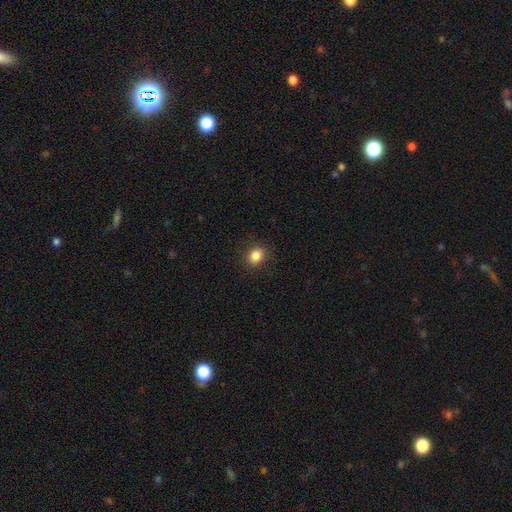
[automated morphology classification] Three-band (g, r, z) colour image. It shows a smooth galaxy with no disk features (85%) that is round (59%). Merging: none (88%).